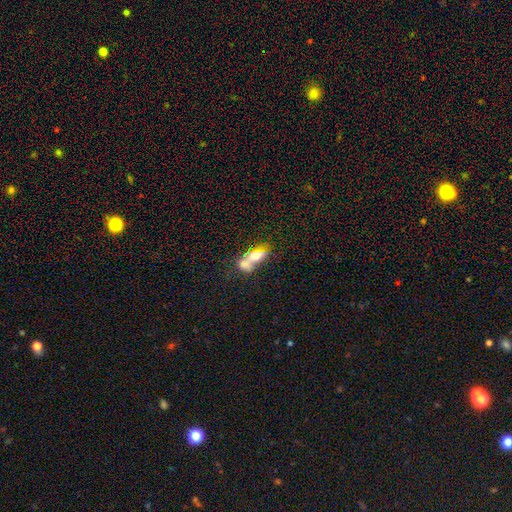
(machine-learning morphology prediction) A smooth galaxy with no disk features (59%) that is in between round and cigar-shaped (72%).

Vote fractions:
- Smooth or featured? smooth: 59% / featured or disk: 31% / star or artifact: 10%
- How rounded? in between: 72% / cigar-shaped: 16% / round: 11%
- Merging? merger: 58% / none: 21% / minor disturbance: 10% / major disturbance: 10%